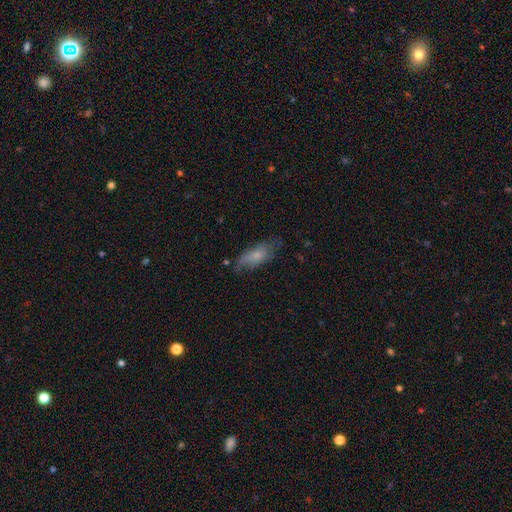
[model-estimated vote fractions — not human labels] smooth-or-featured: smooth: 67% | featured or disk: 26% | star or artifact: 7%
  how-rounded: in between: 76% | cigar-shaped: 21% | round: 3%
  merging: none: 59% | minor disturbance: 28% | major disturbance: 11% | merger: 2%